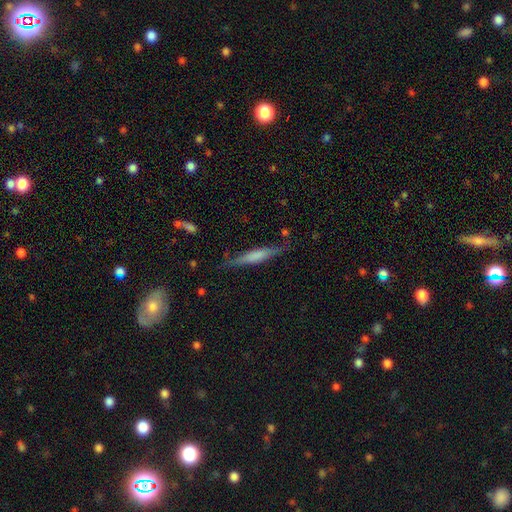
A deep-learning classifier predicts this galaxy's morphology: The model was most divided on "smooth or featured": smooth: 51%, featured or disk: 43%, star or artifact: 6%. More confident: how rounded — cigar-shaped (89%); merging — none (79%).